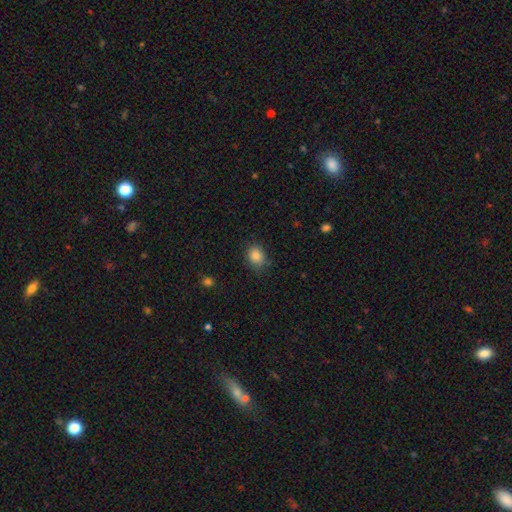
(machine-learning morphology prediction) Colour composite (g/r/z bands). It shows a smooth galaxy with no disk features (85%) that is in between round and cigar-shaped (52%). Merging: none (80%).